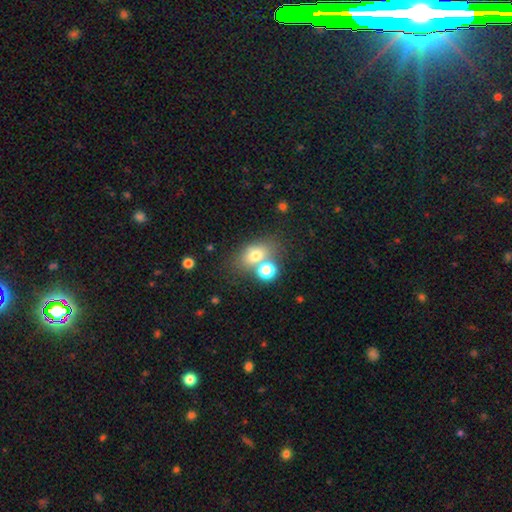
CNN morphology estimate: Smooth or featured?
  - smooth: 70% *
  - star or artifact: 15%
  - featured or disk: 15%
How rounded?
  - in between: 64% *
  - round: 33%
  - cigar-shaped: 2%
Merging?
  - none: 54% *
  - merger: 27%
  - minor disturbance: 12%
  - major disturbance: 6%